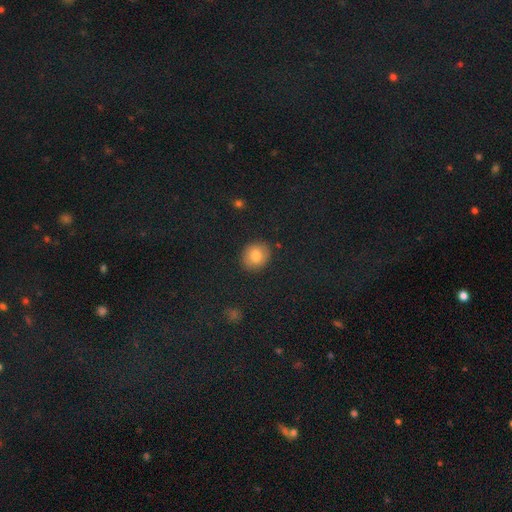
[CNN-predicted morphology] This is likely a smooth galaxy (77%). How rounded: likely round (67%). Merging: clearly none (88%).